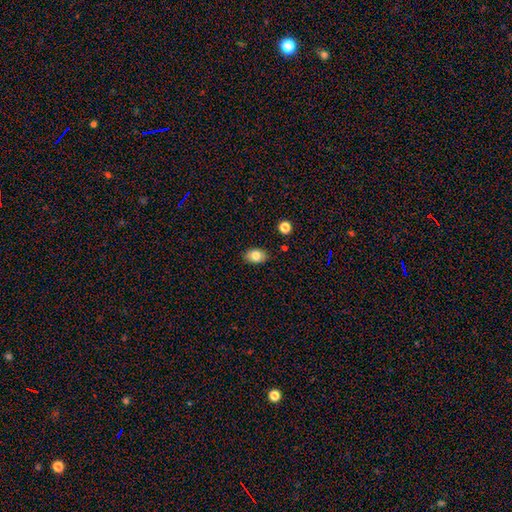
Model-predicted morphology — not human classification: A smooth galaxy with no disk features (82%) that is in between round and cigar-shaped (79%). Merging: none (84%).